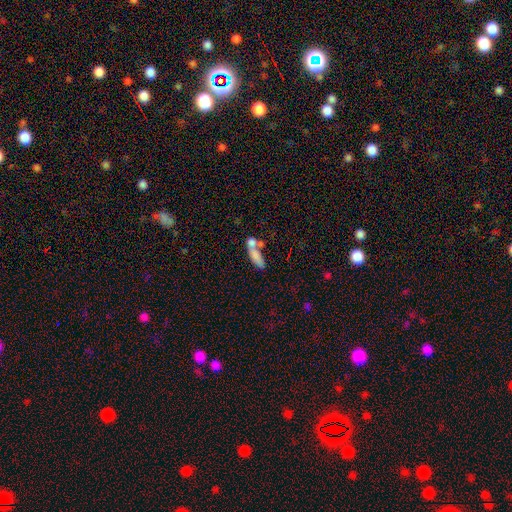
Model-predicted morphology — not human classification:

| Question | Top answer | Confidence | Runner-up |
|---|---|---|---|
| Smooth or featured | smooth | 73% | featured or disk (18%) |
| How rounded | in between | 49% | cigar-shaped (47%) |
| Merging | merger | 47% | none (33%) |